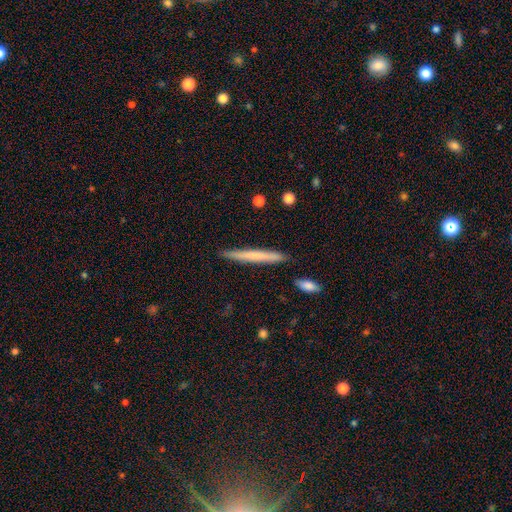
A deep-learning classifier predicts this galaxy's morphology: Smooth or featured? smooth (63%)
How rounded? cigar-shaped (97%)
Merging? none (89%)